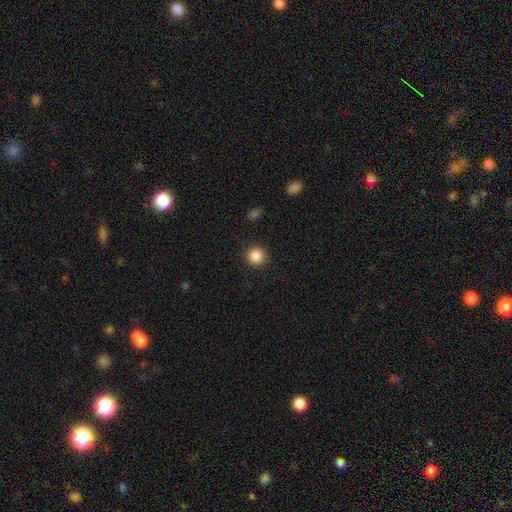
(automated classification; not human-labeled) smooth-or-featured: smooth: 87% | star or artifact: 10% | featured or disk: 3%
  how-rounded: round: 95% | in between: 4% | cigar-shaped: 1%
  merging: none: 92% | minor disturbance: 5% | major disturbance: 2% | merger: 1%